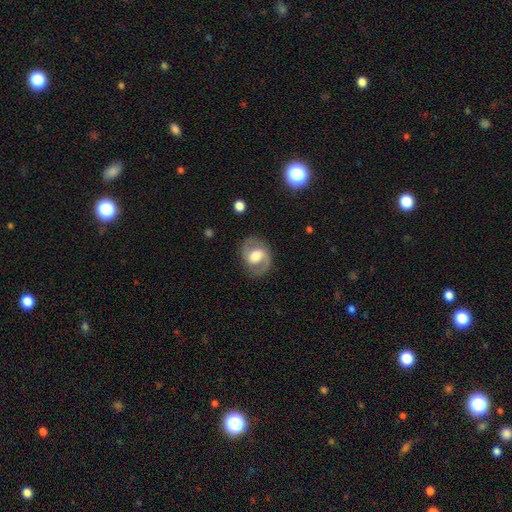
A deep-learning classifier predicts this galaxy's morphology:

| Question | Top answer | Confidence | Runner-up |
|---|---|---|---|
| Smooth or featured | featured or disk | 77% | smooth (17%) |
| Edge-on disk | no | 97% | yes (3%) |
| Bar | weak | 46% | no (33%) |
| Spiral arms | yes | 89% | no (11%) |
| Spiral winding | medium | 55% | tight (23%) |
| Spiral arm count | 2 | 90% | can't tell (4%) |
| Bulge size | moderate | 52% | large (33%) |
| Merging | none | 81% | minor disturbance (12%) |